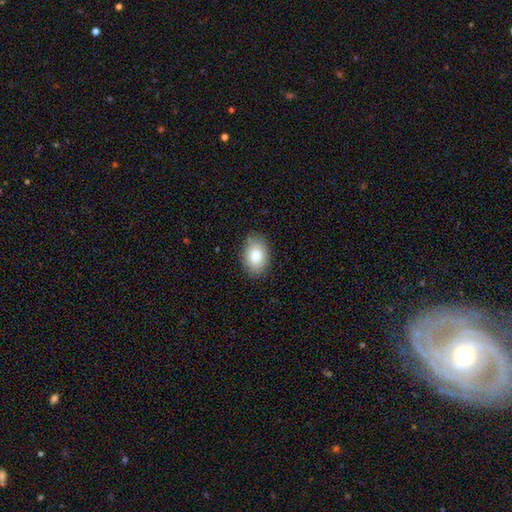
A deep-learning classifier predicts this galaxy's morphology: Smooth or featured?
  - smooth: 82% *
  - featured or disk: 10%
  - star or artifact: 8%
How rounded?
  - in between: 84% *
  - round: 15%
  - cigar-shaped: 1%
Merging?
  - none: 84% *
  - minor disturbance: 12%
  - major disturbance: 3%
  - merger: 1%